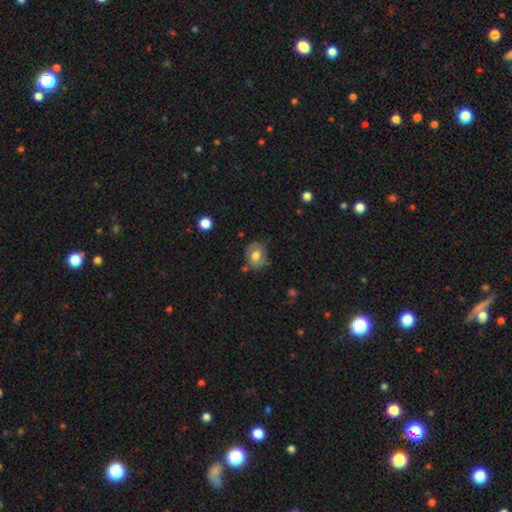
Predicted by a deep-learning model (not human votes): smooth-or-featured: smooth: 63% | featured or disk: 28% | star or artifact: 9%
  how-rounded: in between: 54% | round: 45% | cigar-shaped: 1%
  merging: none: 65% | minor disturbance: 24% | major disturbance: 7% | merger: 4%